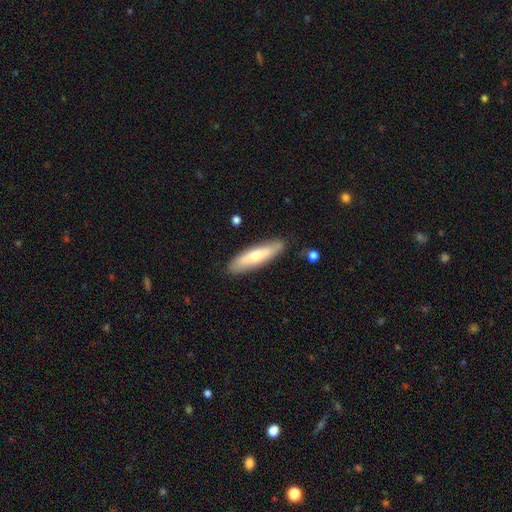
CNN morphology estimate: Q: Smooth or featured?
A: smooth (58%); runner-up: featured or disk (36%)
Q: How rounded?
A: cigar-shaped (68%); runner-up: in between (30%)
Q: Merging?
A: none (85%); runner-up: minor disturbance (11%)